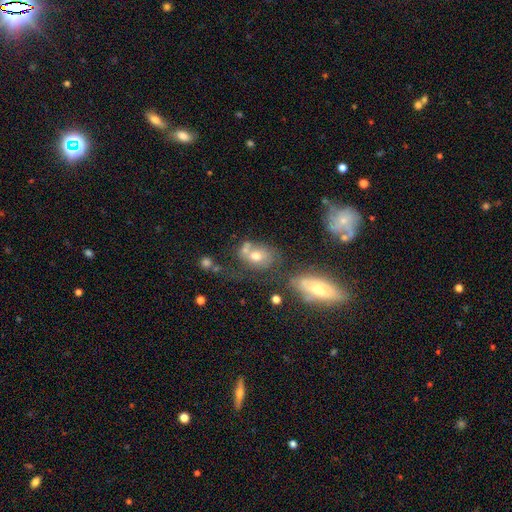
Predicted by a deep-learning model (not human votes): smooth_or_featured: smooth (p=0.59) [alt: featured or disk p=0.28]
how_rounded: in between (p=0.60) [alt: round p=0.38]
merging: none (p=0.35) [alt: merger p=0.34]